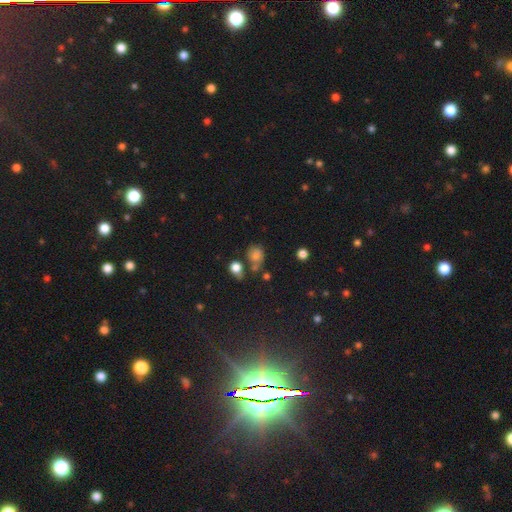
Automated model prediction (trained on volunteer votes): Smooth or featured? smooth (73%)
How rounded? round (69%)
Merging? none (52%)